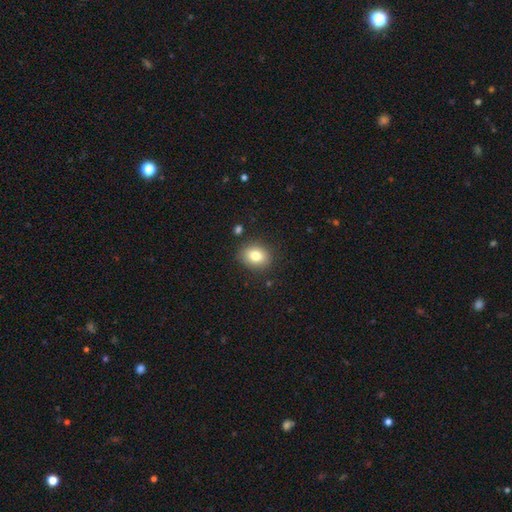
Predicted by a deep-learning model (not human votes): A smooth galaxy with no disk features (81%) that is round (50%).

Vote fractions:
- Smooth or featured? smooth: 81% / star or artifact: 10% / featured or disk: 9%
- How rounded? round: 50% / in between: 49% / cigar-shaped: 1%
- Merging? none: 85% / minor disturbance: 10% / major disturbance: 3% / merger: 2%